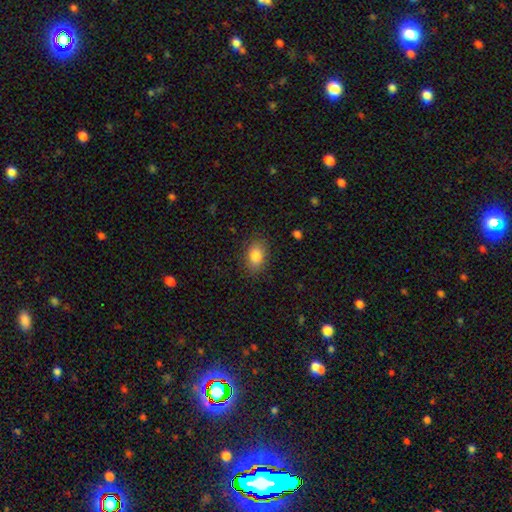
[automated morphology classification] Smooth or featured?
  - smooth: 86% *
  - star or artifact: 8%
  - featured or disk: 6%
How rounded?
  - in between: 86% *
  - round: 13%
  - cigar-shaped: 2%
Merging?
  - none: 84% *
  - minor disturbance: 11%
  - major disturbance: 3%
  - merger: 1%